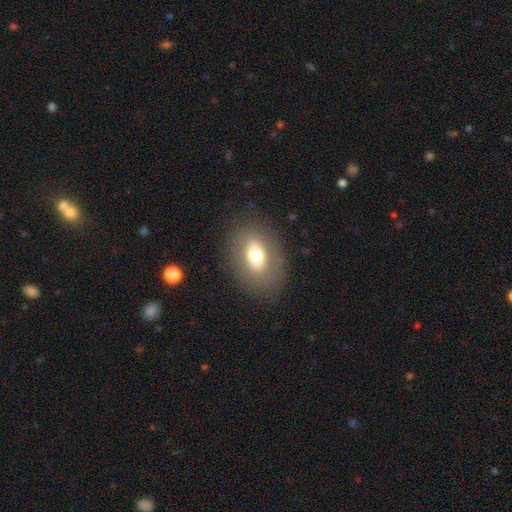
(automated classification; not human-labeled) smooth-or-featured: smooth: 60% | featured or disk: 30% | star or artifact: 9%
  how-rounded: in between: 80% | round: 18% | cigar-shaped: 3%
  merging: none: 80% | minor disturbance: 12% | major disturbance: 7% | merger: 1%